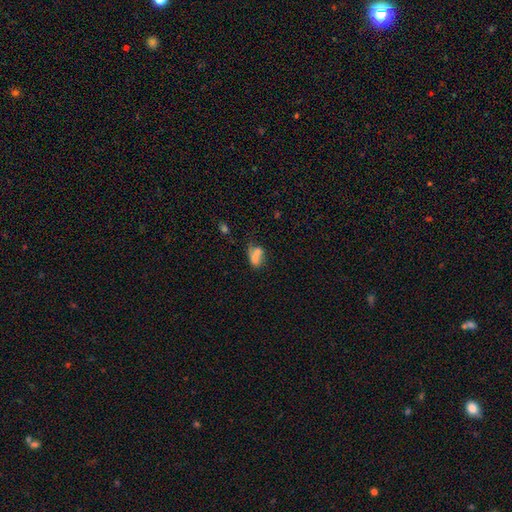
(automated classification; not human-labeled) This is likely a smooth galaxy (66%). How rounded: likely in between (78%). Merging: marginally merger (45%).